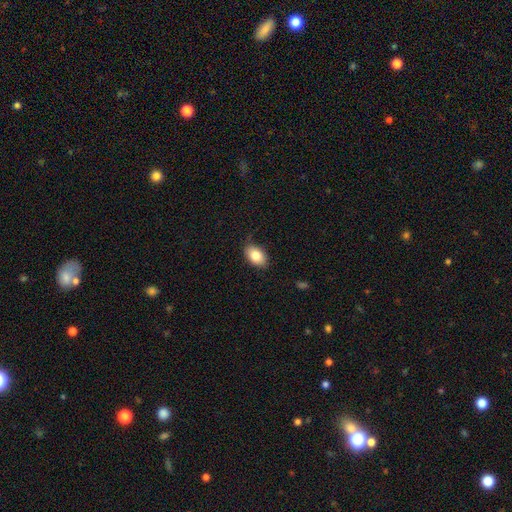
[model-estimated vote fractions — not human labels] A smooth galaxy with no disk features (84%) that is in between round and cigar-shaped (88%).

Vote fractions:
- Smooth or featured? smooth: 84% / featured or disk: 9% / star or artifact: 7%
- How rounded? in between: 88% / round: 11% / cigar-shaped: 1%
- Merging? none: 81% / minor disturbance: 15% / major disturbance: 3% / merger: 1%